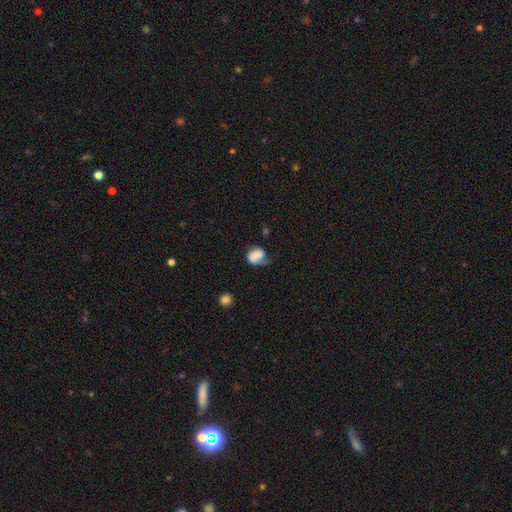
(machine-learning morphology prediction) Q: Smooth or featured?
A: smooth (64%); runner-up: featured or disk (27%)
Q: How rounded?
A: in between (54%); runner-up: round (45%)
Q: Merging?
A: minor disturbance (34%); tied with: none (34%)